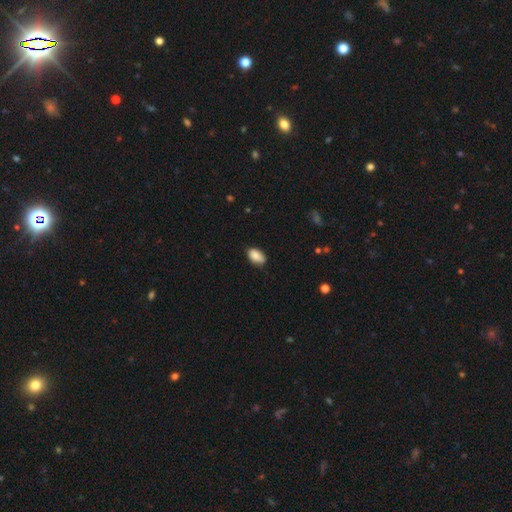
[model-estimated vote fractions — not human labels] A smooth galaxy with no disk features (86%) that is in between round and cigar-shaped (93%). Merging: none (81%).